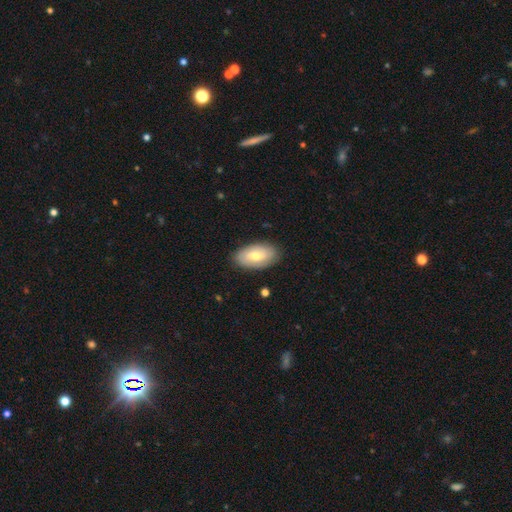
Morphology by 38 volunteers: Smooth or featured? 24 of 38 (63%) said smooth. How rounded? 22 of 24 (92%) said in between. Merging? 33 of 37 (89%) said none.